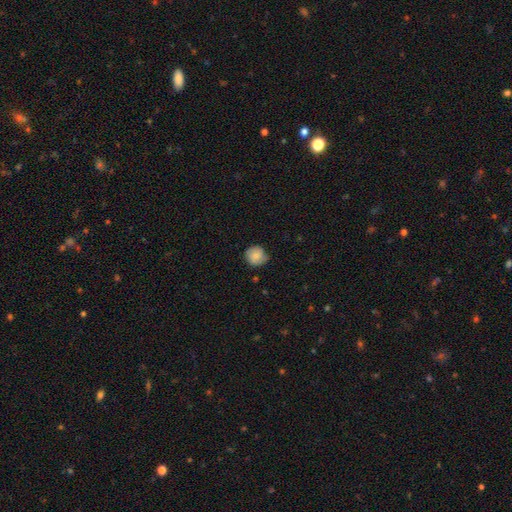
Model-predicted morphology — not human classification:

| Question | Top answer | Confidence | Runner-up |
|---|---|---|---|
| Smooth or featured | smooth | 74% | featured or disk (18%) |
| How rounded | round | 88% | in between (11%) |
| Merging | none | 73% | minor disturbance (21%) |